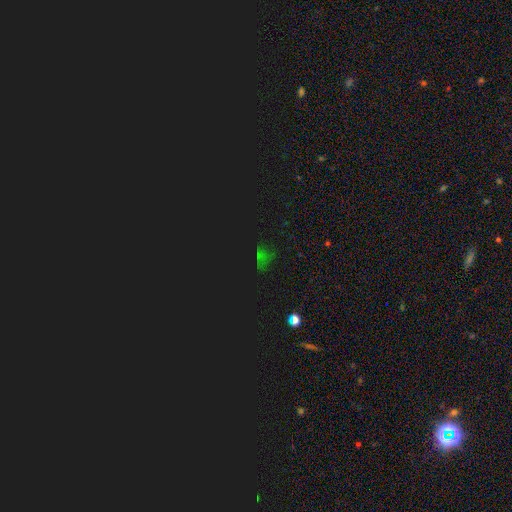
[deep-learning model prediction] star or artifact 71%, smooth 22%, featured or disk 8%.